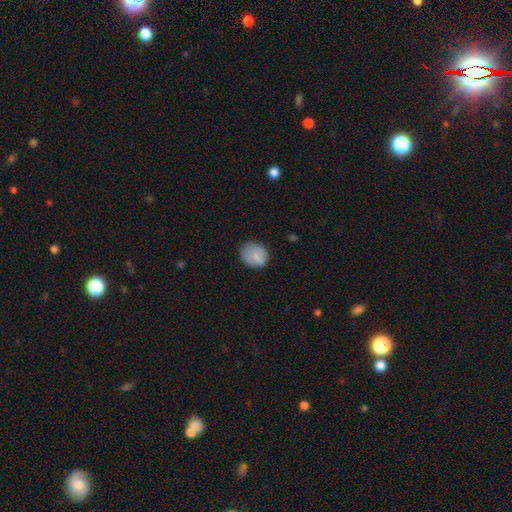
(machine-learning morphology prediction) This appears to be a smooth galaxy with no disk features (81%) that is round (64%). Merging: none (69%).